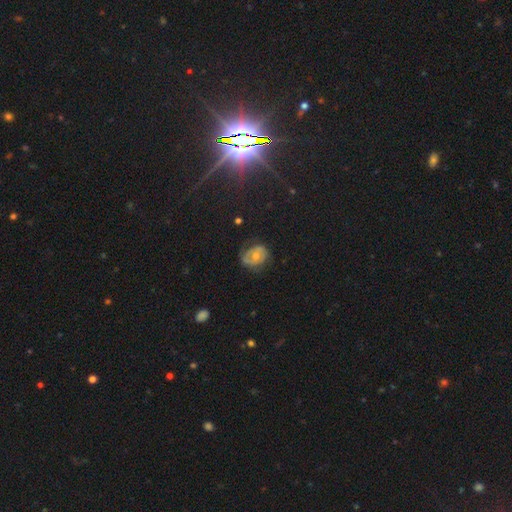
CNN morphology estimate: Overall: featured or disk (52%; smooth 36%). Edge-on disk: no (96%). Bar: no (67%). Spiral arms: yes (58%; no 42%). Bulge size: moderate (64%; small 31%). Merging: none (64%; minor disturbance 25%).